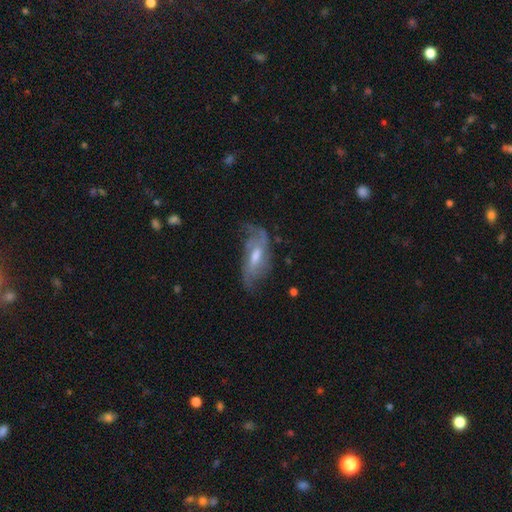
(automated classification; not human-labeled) Smooth or featured? featured or disk (74%)
Edge-on disk? no (89%)
Bar? weak (48%)
Spiral arms? yes (87%)
Spiral winding? loose (41%)
Spiral arm count? 2 (45%)
Bulge size? moderate (64%)
Merging? none (52%)